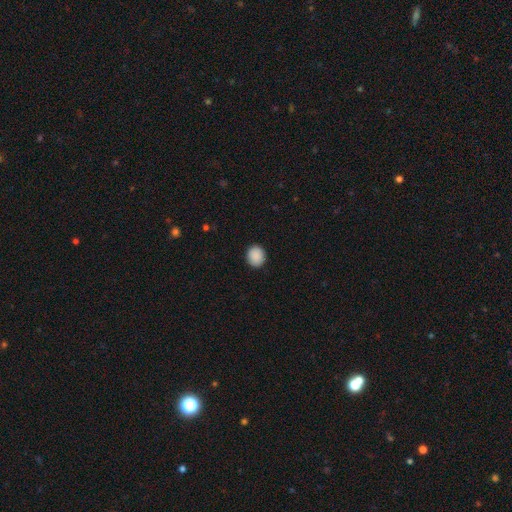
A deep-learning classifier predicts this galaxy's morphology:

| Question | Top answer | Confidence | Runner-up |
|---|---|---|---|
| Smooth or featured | smooth | 90% | star or artifact (8%) |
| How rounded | round | 76% | in between (23%) |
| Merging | none | 91% | minor disturbance (7%) |